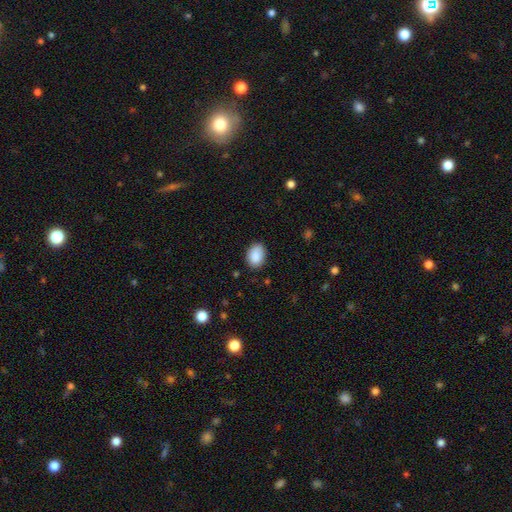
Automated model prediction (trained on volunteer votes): smooth_or_featured: smooth (p=0.89) [alt: star or artifact p=0.07]
how_rounded: in between (p=0.81) [alt: round p=0.18]
merging: none (p=0.83) [alt: minor disturbance p=0.13]